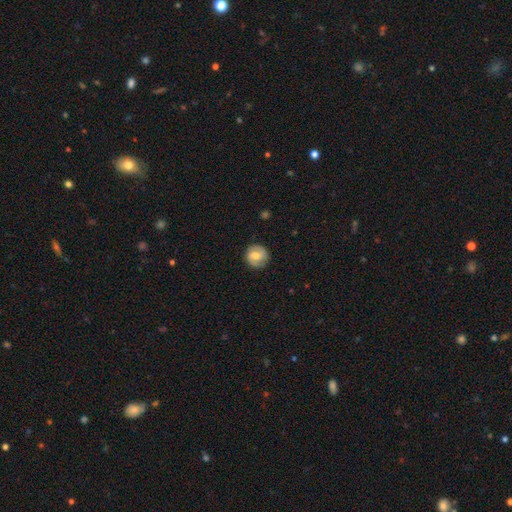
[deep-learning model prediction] Q: Smooth or featured?
A: smooth (53%); runner-up: featured or disk (40%)
Q: How rounded?
A: round (88%); runner-up: in between (11%)
Q: Merging?
A: none (85%); runner-up: minor disturbance (11%)